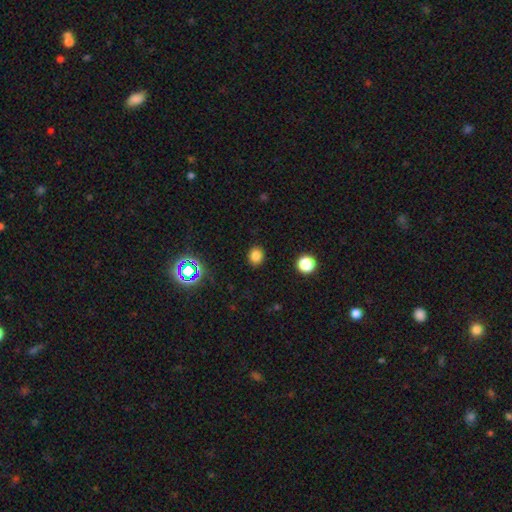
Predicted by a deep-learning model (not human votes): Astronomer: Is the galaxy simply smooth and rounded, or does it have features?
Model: smooth — 80%.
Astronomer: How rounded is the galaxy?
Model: round — 68%.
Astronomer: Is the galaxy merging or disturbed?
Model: none — 89%.